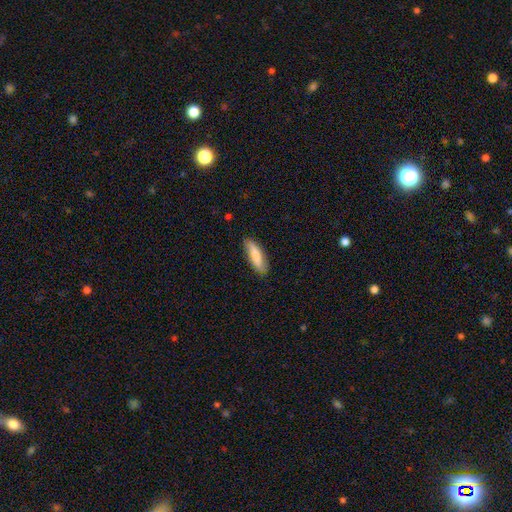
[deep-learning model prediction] Smooth or featured? Predicted: smooth (p=0.81). How rounded? Predicted: cigar-shaped (p=0.57). Merging? Predicted: none (p=0.81).